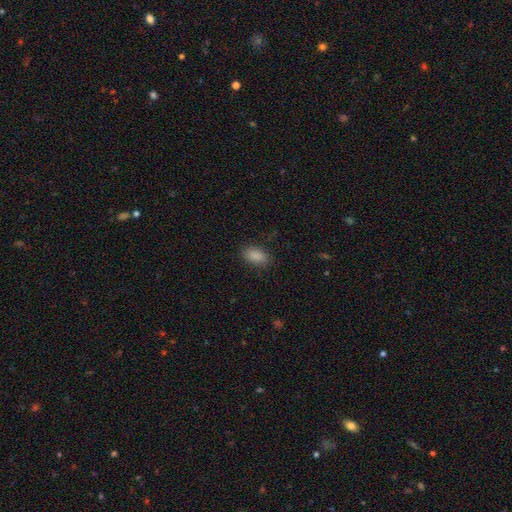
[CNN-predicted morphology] A smooth galaxy with no disk features (88%) that is in between round and cigar-shaped (91%).

Vote fractions:
- Smooth or featured? smooth: 88% / star or artifact: 8% / featured or disk: 4%
- How rounded? in between: 91% / round: 6% / cigar-shaped: 2%
- Merging? none: 87% / minor disturbance: 10% / major disturbance: 3% / merger: 1%